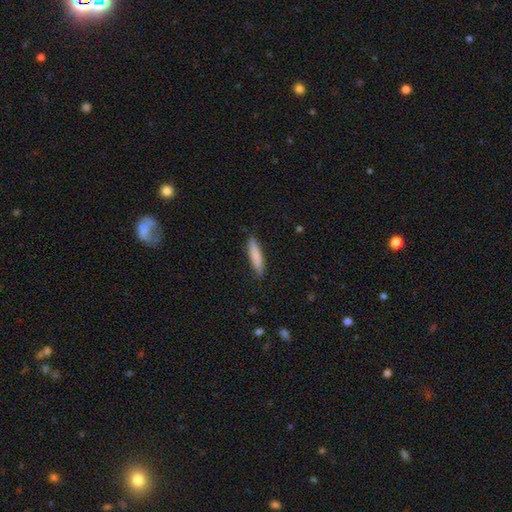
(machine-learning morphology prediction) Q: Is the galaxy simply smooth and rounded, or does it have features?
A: smooth — 84%.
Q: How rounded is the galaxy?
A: cigar-shaped — 84%.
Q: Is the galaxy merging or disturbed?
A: none — 87%.